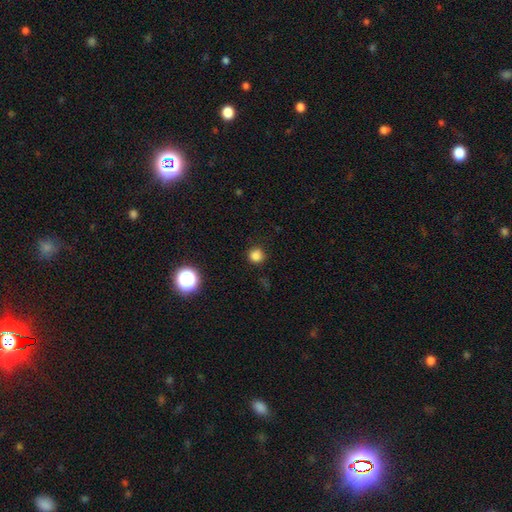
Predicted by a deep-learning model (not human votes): The model was most divided on "smooth or featured": smooth: 82%, star or artifact: 15%, featured or disk: 4%. More confident: how rounded — round (93%); merging — none (88%).